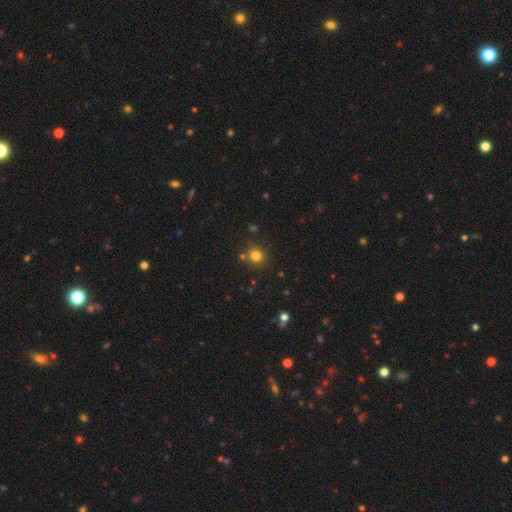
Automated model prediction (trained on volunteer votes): smooth 78%, star or artifact 15%, featured or disk 6%. Down the decision tree: how rounded — round (87%); merging — none (79%).